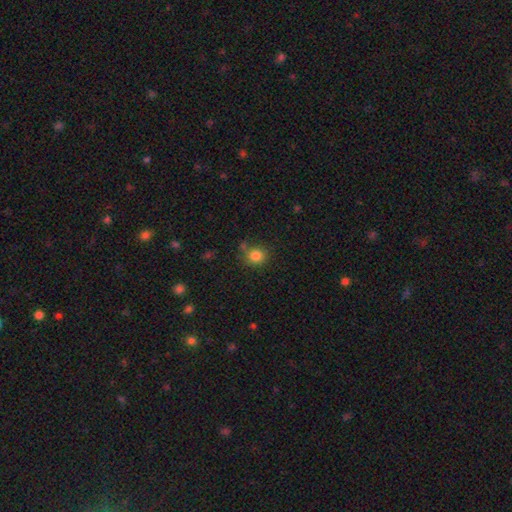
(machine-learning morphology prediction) smooth 83%, star or artifact 12%, featured or disk 5%. Down the decision tree: how rounded — round (84%); merging — none (72%).